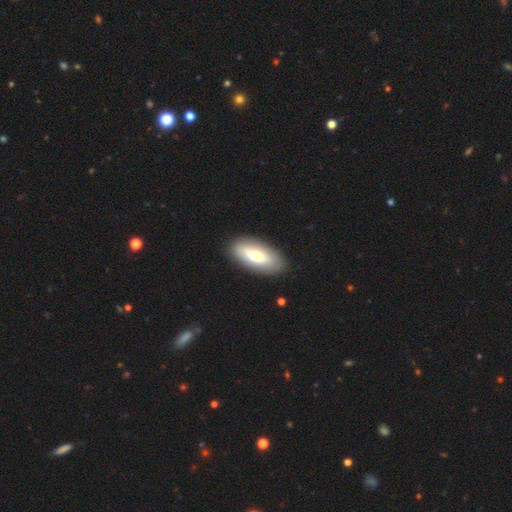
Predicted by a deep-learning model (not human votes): The model was most divided on "smooth or featured": smooth: 69%, featured or disk: 25%, star or artifact: 6%. More confident: merging — none (87%); how rounded — in between (86%).